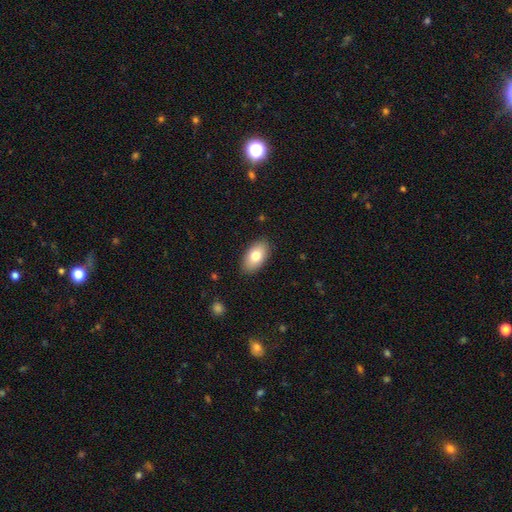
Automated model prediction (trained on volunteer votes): Smooth or featured: smooth — 77% (featured or disk — 16%)
How rounded: in between — 93% (round — 4%)
Merging: none — 87% (minor disturbance — 10%)